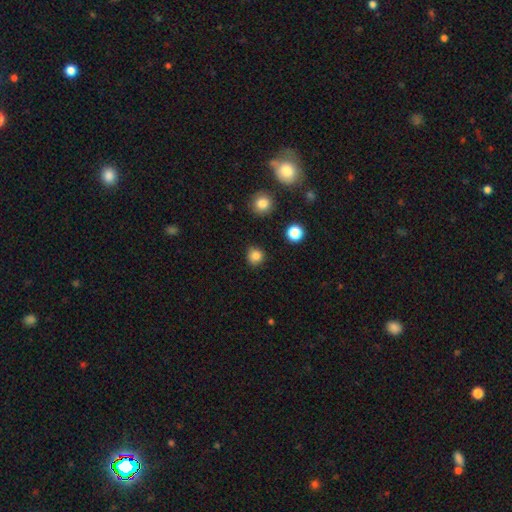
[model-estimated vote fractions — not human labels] Overall: smooth (84%). How rounded: round (90%). Merging: none (88%).